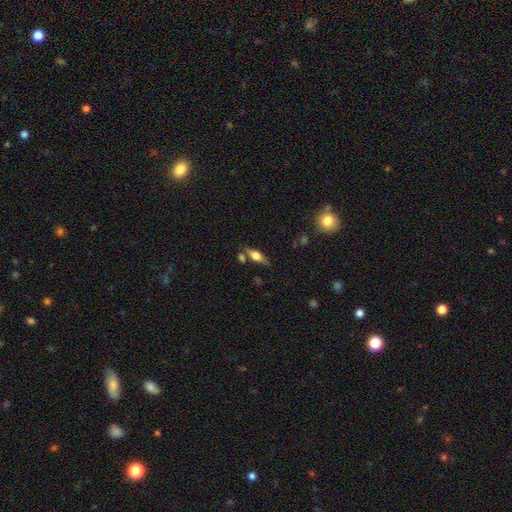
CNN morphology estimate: A smooth galaxy with no disk features (48%).

Vote fractions:
- Smooth or featured? smooth: 48% / featured or disk: 43% / star or artifact: 9%
- Merging? none: 68% / minor disturbance: 15% / merger: 12% / major disturbance: 5%